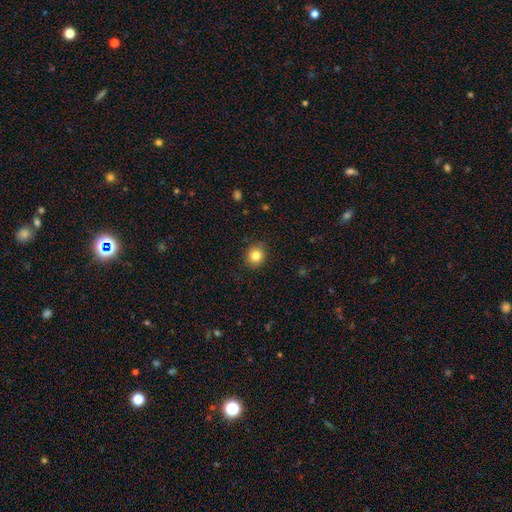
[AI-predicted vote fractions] Smooth or featured?
  - smooth: 83% *
  - star or artifact: 11%
  - featured or disk: 6%
How rounded?
  - round: 81% *
  - in between: 18%
  - cigar-shaped: 1%
Merging?
  - none: 88% *
  - minor disturbance: 9%
  - major disturbance: 2%
  - merger: 1%